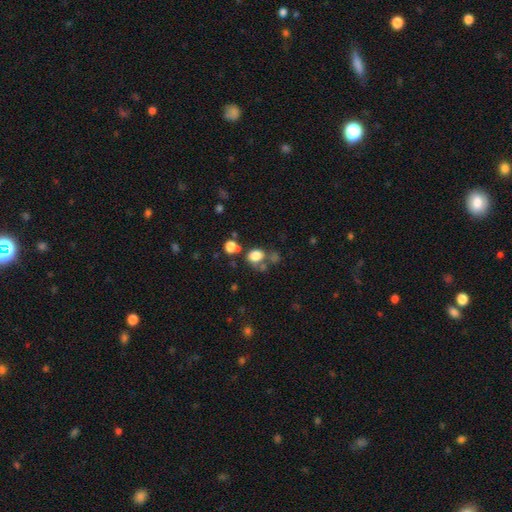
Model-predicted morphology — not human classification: Smooth or featured?
  - smooth: 78% *
  - star or artifact: 13%
  - featured or disk: 8%
How rounded?
  - round: 53% *
  - in between: 46%
  - cigar-shaped: 1%
Merging?
  - none: 52% *
  - merger: 24%
  - minor disturbance: 15%
  - major disturbance: 9%